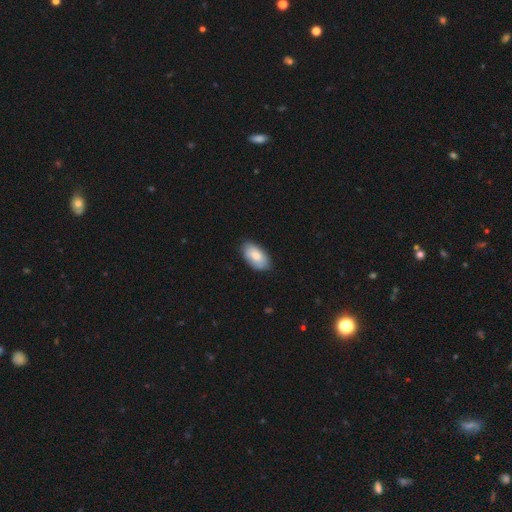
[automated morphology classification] Q: Smooth or featured?
A: smooth (83%); runner-up: featured or disk (12%)
Q: How rounded?
A: in between (95%); runner-up: round (3%)
Q: Merging?
A: none (81%); runner-up: minor disturbance (16%)